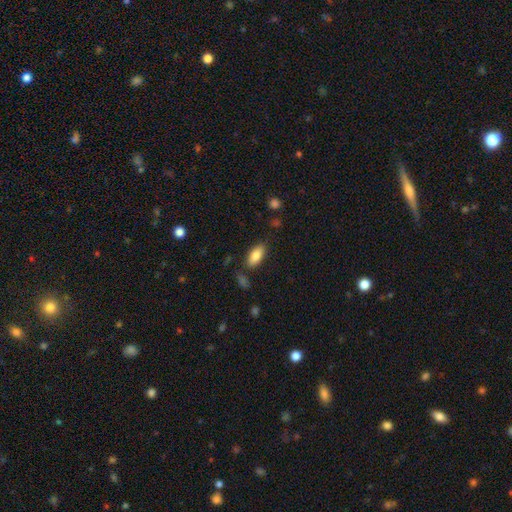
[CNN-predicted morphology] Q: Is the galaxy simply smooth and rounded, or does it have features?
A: smooth — 83%.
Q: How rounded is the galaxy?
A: in between — 89%.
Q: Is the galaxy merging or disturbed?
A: none — 81%.